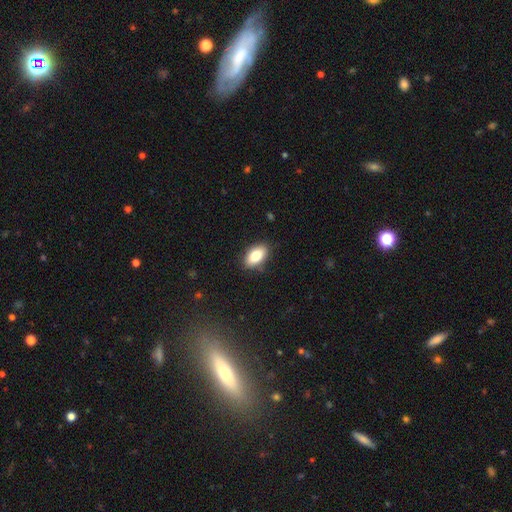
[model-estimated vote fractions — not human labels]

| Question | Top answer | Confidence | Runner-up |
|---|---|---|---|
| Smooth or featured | smooth | 82% | featured or disk (11%) |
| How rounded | in between | 91% | round (5%) |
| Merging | none | 84% | minor disturbance (12%) |